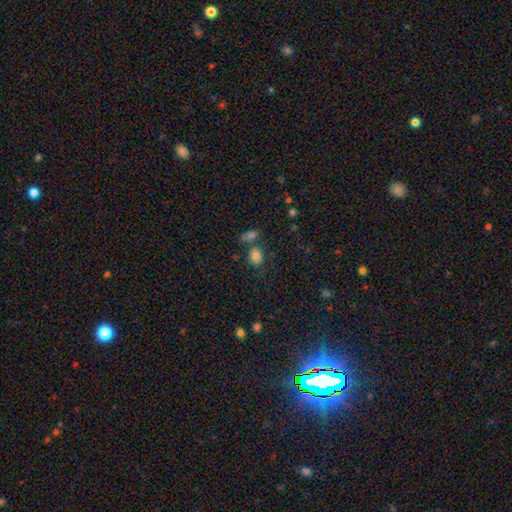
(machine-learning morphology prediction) type=smooth (81%); roundness=in between (69%); merging=none (60%).